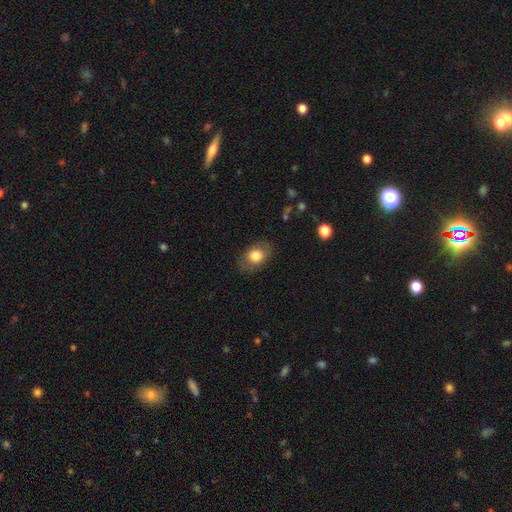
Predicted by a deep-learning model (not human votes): This is likely a smooth galaxy (77%). How rounded: likely in between (74%). Merging: clearly none (81%).